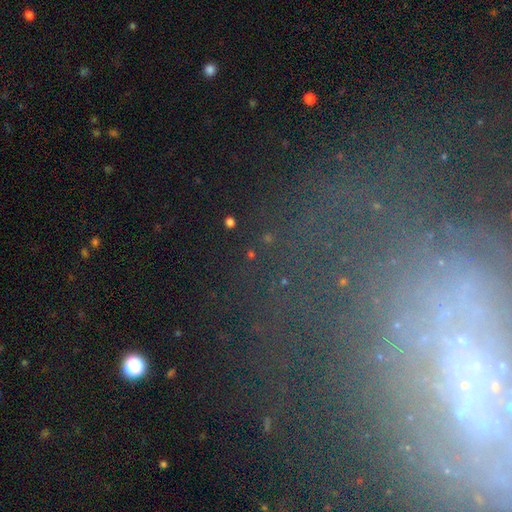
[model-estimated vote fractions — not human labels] This appears to be a featured or disk galaxy (44%). Merging: none (61%).